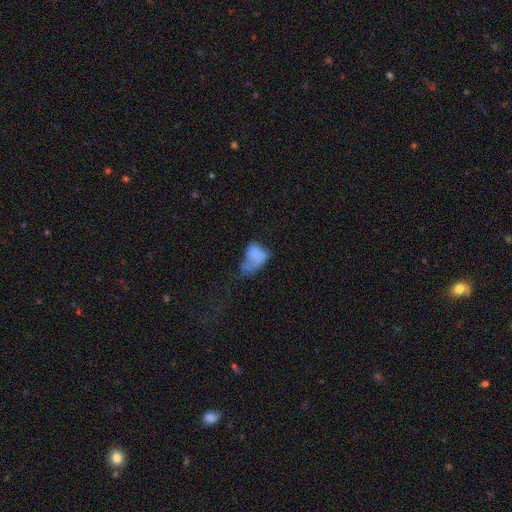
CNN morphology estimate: Smooth or featured? Predicted: smooth (p=0.67). How rounded? Predicted: in between (p=0.84). Merging? Predicted: major disturbance (p=0.50).